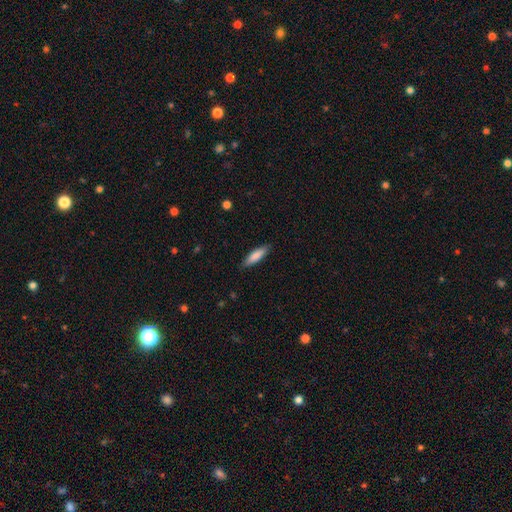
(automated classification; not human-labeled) This is clearly a smooth galaxy (84%). How rounded: likely cigar-shaped (61%). Merging: clearly none (86%).